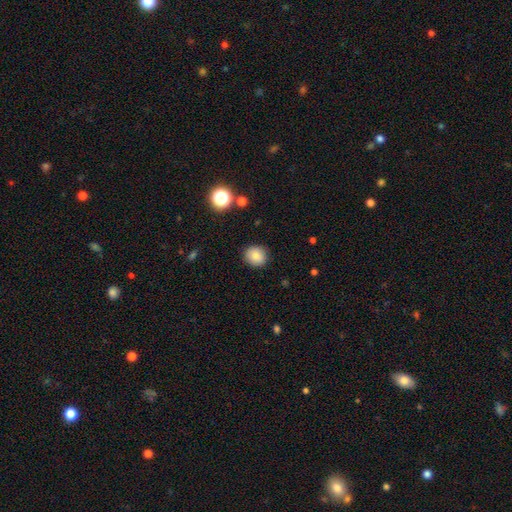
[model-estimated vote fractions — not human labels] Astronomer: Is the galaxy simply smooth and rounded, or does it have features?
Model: smooth — 81%.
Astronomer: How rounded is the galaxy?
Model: round — 85%.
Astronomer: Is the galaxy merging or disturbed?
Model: none — 89%.